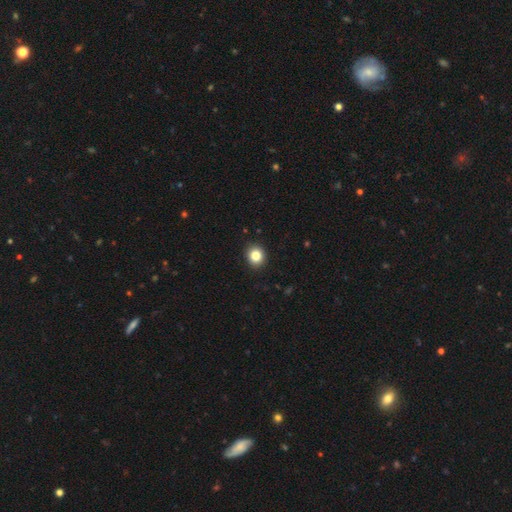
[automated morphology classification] smooth_or_featured: smooth (p=0.85) [alt: star or artifact p=0.10]
how_rounded: round (p=0.81) [alt: in between p=0.19]
merging: none (p=0.91) [alt: minor disturbance p=0.06]